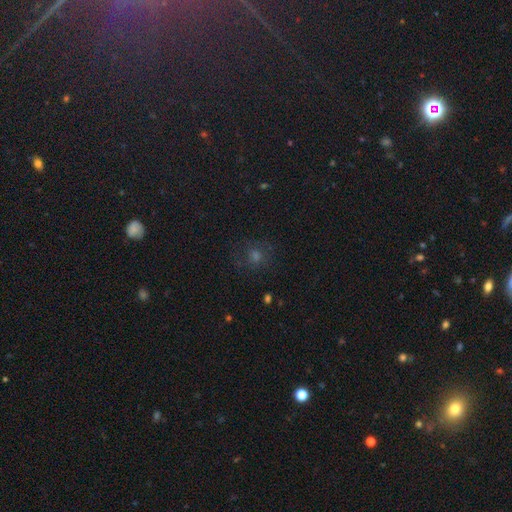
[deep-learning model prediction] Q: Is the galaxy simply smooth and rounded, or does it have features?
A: smooth — 43%.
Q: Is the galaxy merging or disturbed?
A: none — 78%.